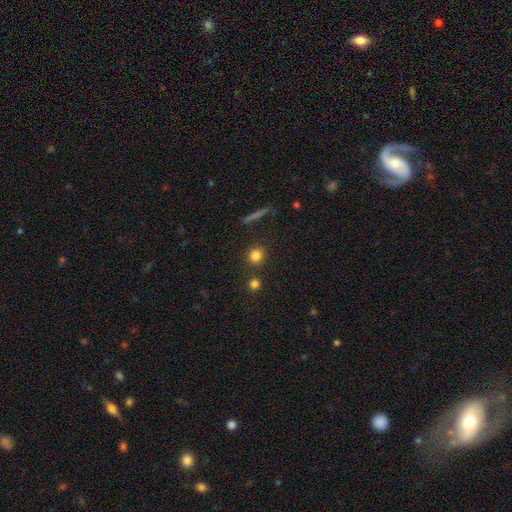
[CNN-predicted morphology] Smooth or featured?
  - smooth: 81% *
  - star or artifact: 12%
  - featured or disk: 7%
How rounded?
  - round: 89% *
  - in between: 9%
  - cigar-shaped: 2%
Merging?
  - none: 84% *
  - minor disturbance: 7%
  - merger: 7%
  - major disturbance: 2%